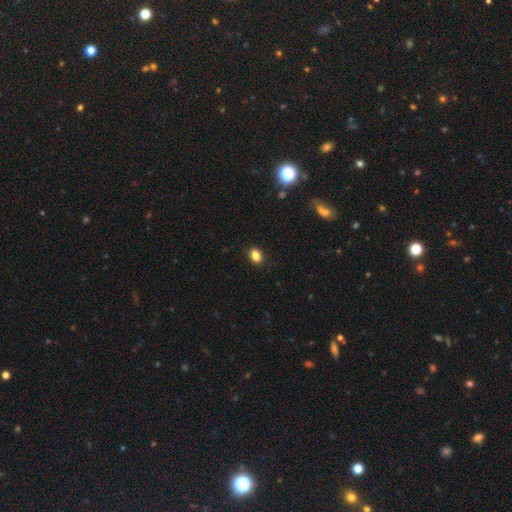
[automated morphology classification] Q: Smooth or featured?
A: smooth (84%); runner-up: star or artifact (11%)
Q: How rounded?
A: in between (70%); runner-up: round (28%)
Q: Merging?
A: none (87%); runner-up: minor disturbance (10%)